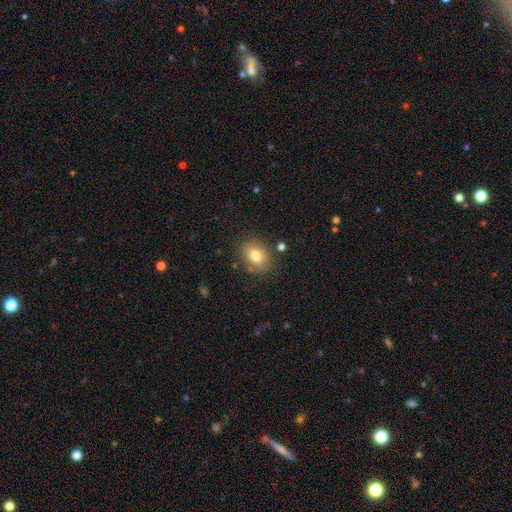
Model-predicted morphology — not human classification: Q: Smooth or featured?
A: smooth (77%); runner-up: featured or disk (13%)
Q: How rounded?
A: in between (57%); runner-up: round (41%)
Q: Merging?
A: none (83%); runner-up: minor disturbance (11%)